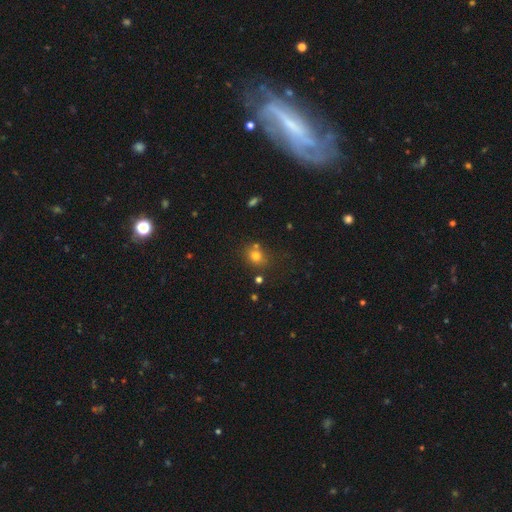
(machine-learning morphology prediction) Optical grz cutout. It shows a smooth galaxy with no disk features (74%) that is round (68%). Merging: none (68%).